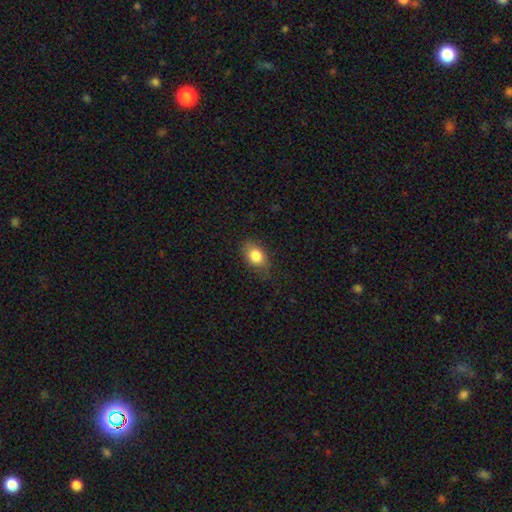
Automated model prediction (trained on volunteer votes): Morphology: type=smooth (84%); roundness=in between (76%); merging=none (76%).